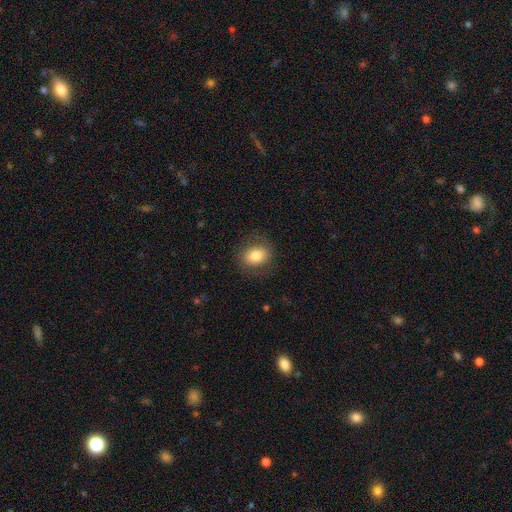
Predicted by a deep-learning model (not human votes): smooth 77%, featured or disk 15%, star or artifact 8%. Down the decision tree: how rounded — in between (53%); merging — none (79%).